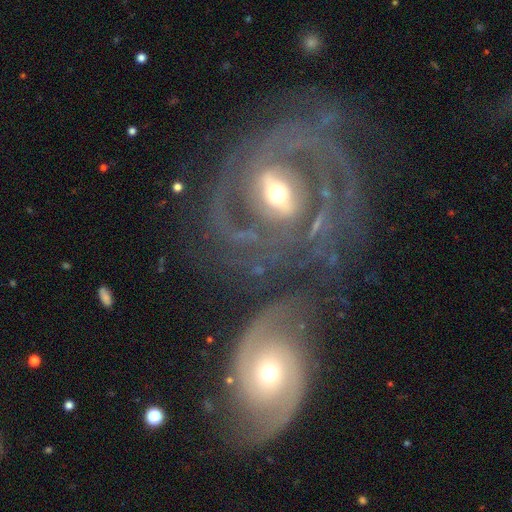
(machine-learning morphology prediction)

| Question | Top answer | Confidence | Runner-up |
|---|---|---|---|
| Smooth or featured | featured or disk | 86% | smooth (8%) |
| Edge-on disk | no | 96% | yes (4%) |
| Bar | weak | 40% | no (37%) |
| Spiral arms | yes | 93% | no (7%) |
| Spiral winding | tight | 51% | medium (40%) |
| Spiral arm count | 2 | 67% | can't tell (13%) |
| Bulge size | moderate | 63% | small (28%) |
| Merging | merger | 41% | none (38%) |